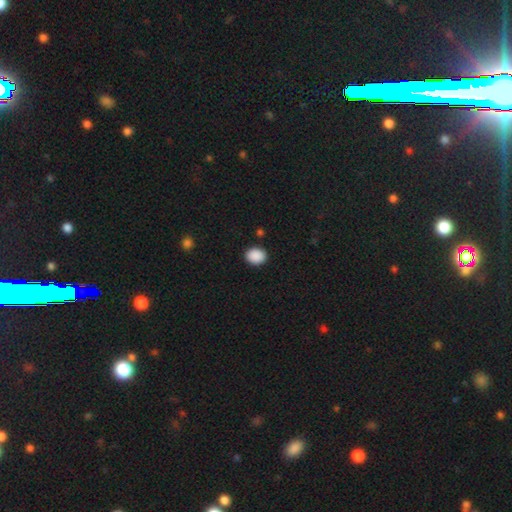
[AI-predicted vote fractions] smooth_or_featured: smooth (p=0.90) [alt: star or artifact p=0.08]
how_rounded: round (p=0.51) [alt: in between p=0.48]
merging: none (p=0.90) [alt: minor disturbance p=0.07]